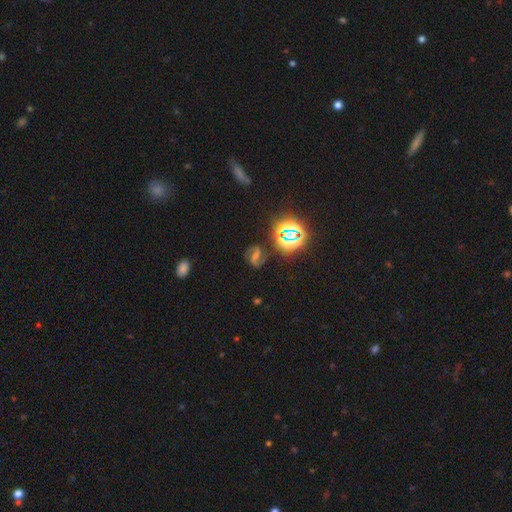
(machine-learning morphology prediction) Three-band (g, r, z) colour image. It shows a featured or disk galaxy (50%). Merging: none (75%).